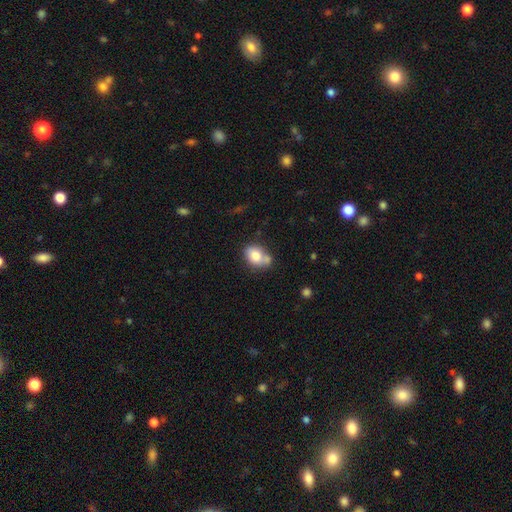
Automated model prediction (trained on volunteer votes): smooth 78%, featured or disk 13%, star or artifact 8%. Down the decision tree: how rounded — in between (70%); merging — none (49%).